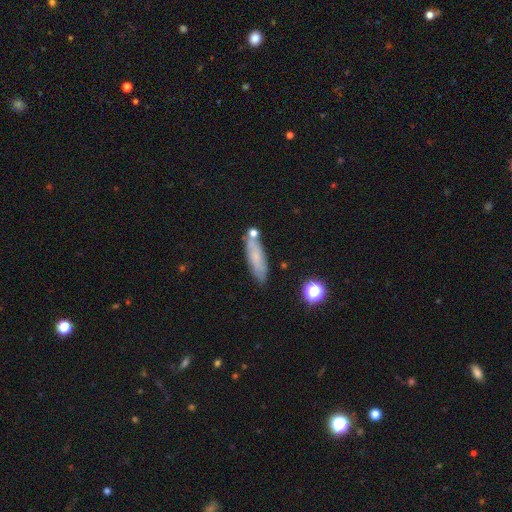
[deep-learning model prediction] Smooth or featured?
  - smooth: 65% *
  - featured or disk: 25%
  - star or artifact: 10%
How rounded?
  - cigar-shaped: 57% *
  - in between: 40%
  - round: 3%
Merging?
  - none: 73% *
  - minor disturbance: 15%
  - merger: 8%
  - major disturbance: 3%